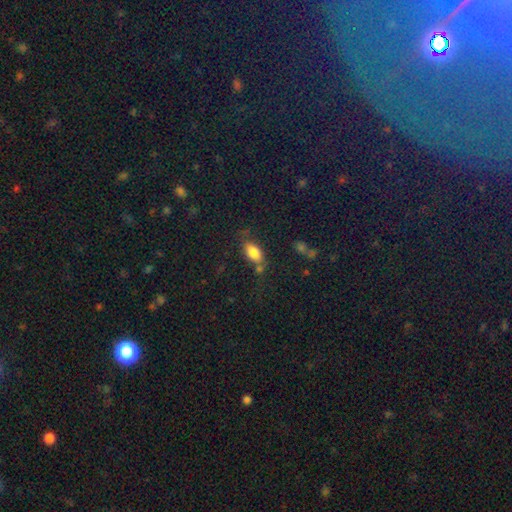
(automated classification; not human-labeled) smooth-or-featured: smooth: 79% | star or artifact: 11% | featured or disk: 10%
  how-rounded: in between: 87% | round: 7% | cigar-shaped: 6%
  merging: none: 67% | minor disturbance: 18% | merger: 9% | major disturbance: 6%